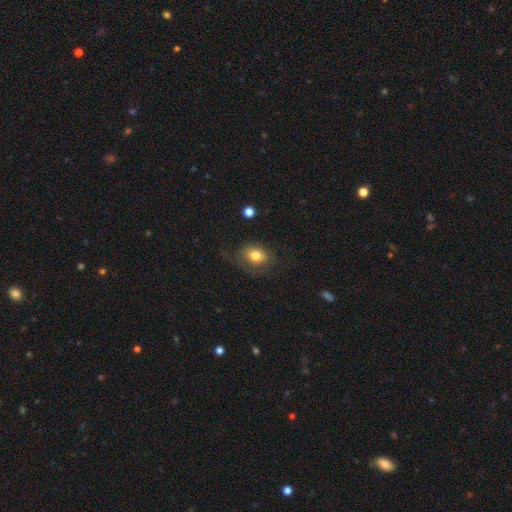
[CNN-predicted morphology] smooth 76%, featured or disk 15%, star or artifact 9%. Down the decision tree: how rounded — in between (65%); merging — none (63%).